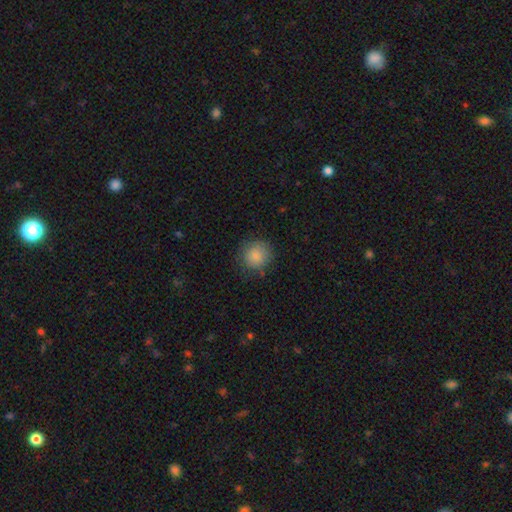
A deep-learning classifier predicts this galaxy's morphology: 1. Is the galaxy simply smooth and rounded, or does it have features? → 86% smooth, 8% star or artifact, 6% featured or disk.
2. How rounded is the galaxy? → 90% round, 9% in between, 1% cigar-shaped.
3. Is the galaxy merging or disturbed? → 80% none, 14% minor disturbance, 5% major disturbance, 1% merger.